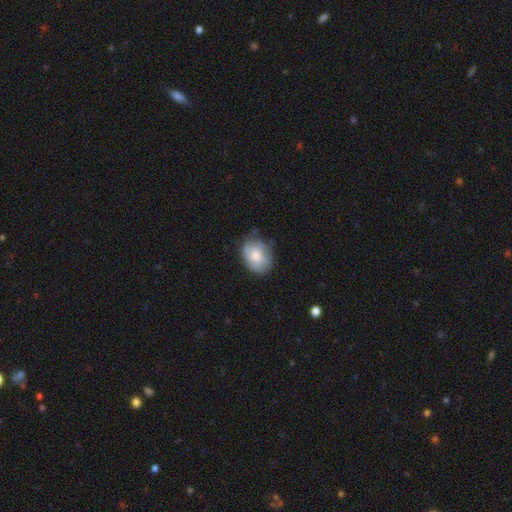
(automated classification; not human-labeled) Smooth or featured?
  - smooth: 65% *
  - featured or disk: 28%
  - star or artifact: 7%
How rounded?
  - in between: 63% *
  - round: 36%
  - cigar-shaped: 1%
Merging?
  - none: 66% *
  - minor disturbance: 26%
  - major disturbance: 7%
  - merger: 2%